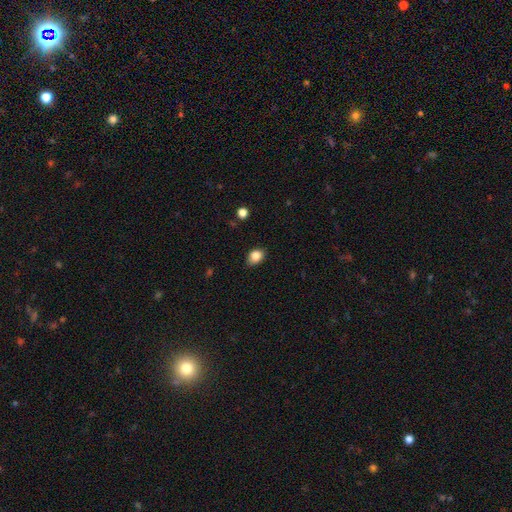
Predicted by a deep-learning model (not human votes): Overall: smooth (86%). How rounded: in between (67%; round 32%). Merging: none (79%).